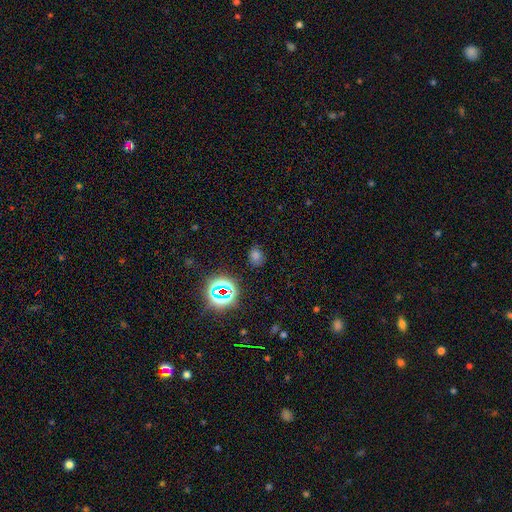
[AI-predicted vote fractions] smooth_or_featured: smooth (p=0.55) [alt: star or artifact p=0.39]
how_rounded: round (p=0.63) [alt: in between p=0.35]
merging: none (p=0.84) [alt: minor disturbance p=0.10]